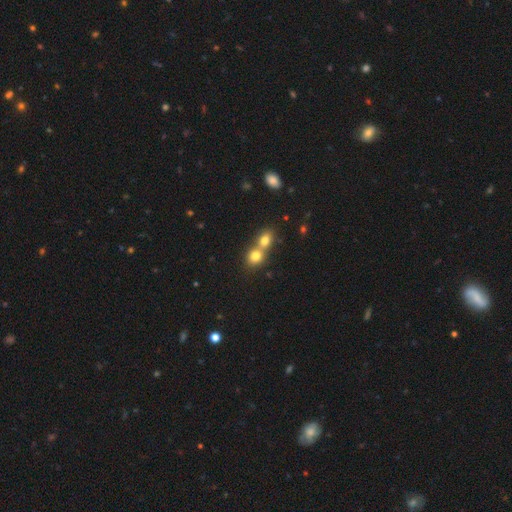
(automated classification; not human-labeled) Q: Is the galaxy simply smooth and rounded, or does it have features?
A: smooth — 77%.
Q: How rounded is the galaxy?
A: round — 71%.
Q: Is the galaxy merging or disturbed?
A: merger — 65%.